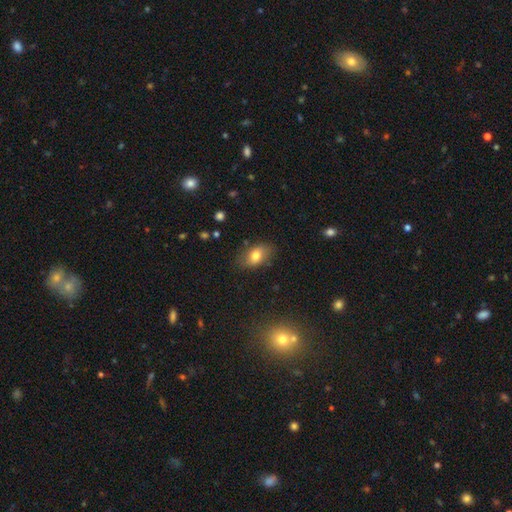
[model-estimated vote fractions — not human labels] smooth_or_featured: smooth (p=0.74) [alt: featured or disk p=0.16]
how_rounded: in between (p=0.87) [alt: round p=0.11]
merging: none (p=0.80) [alt: minor disturbance p=0.15]